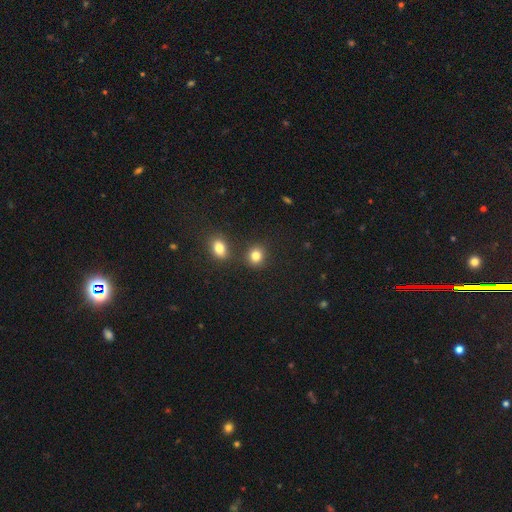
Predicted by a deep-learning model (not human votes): A smooth galaxy with no disk features (83%) that is round (76%).

Vote fractions:
- Smooth or featured? smooth: 83% / star or artifact: 12% / featured or disk: 5%
- How rounded? round: 76% / in between: 23% / cigar-shaped: 1%
- Merging? none: 78% / merger: 11% / minor disturbance: 8% / major disturbance: 3%